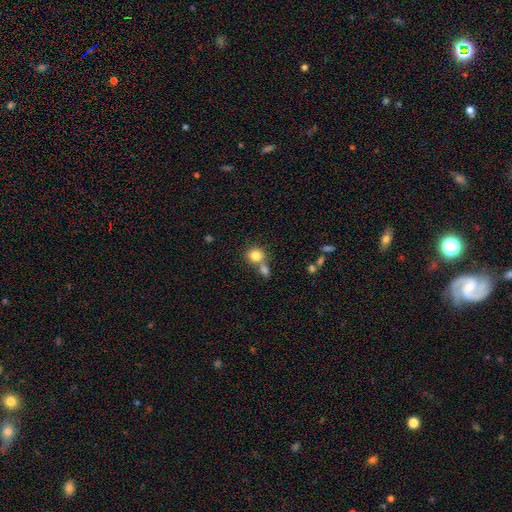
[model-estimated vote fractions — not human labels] The model was most divided on "merging": none: 50%, merger: 38%, minor disturbance: 9%, major disturbance: 4%. More confident: smooth or featured — smooth (82%); how rounded — round (81%).